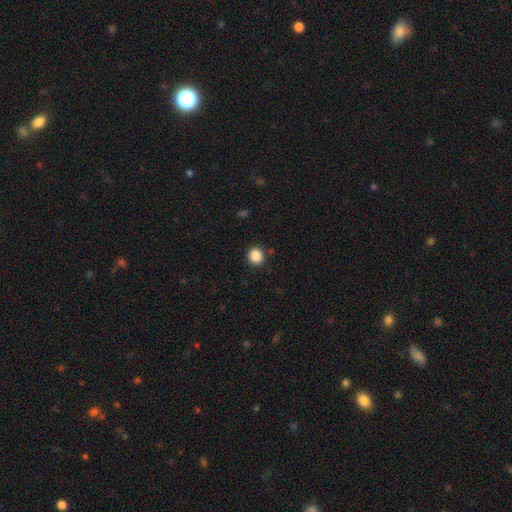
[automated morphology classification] smooth_or_featured: smooth (p=0.87) [alt: star or artifact p=0.10]
how_rounded: round (p=0.91) [alt: in between p=0.08]
merging: none (p=0.89) [alt: minor disturbance p=0.07]